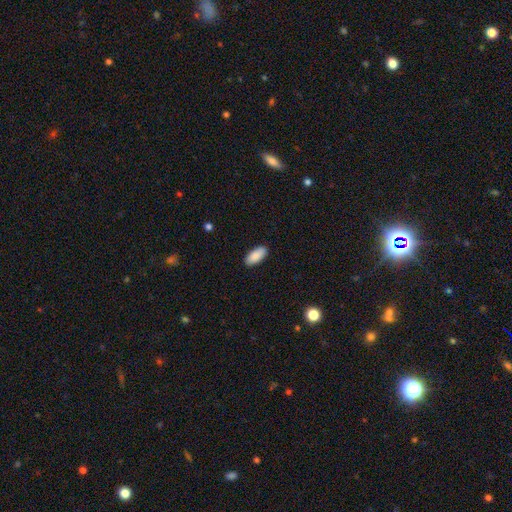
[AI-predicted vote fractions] A smooth galaxy with no disk features (89%) that is in between round and cigar-shaped (89%). Merging: none (89%).